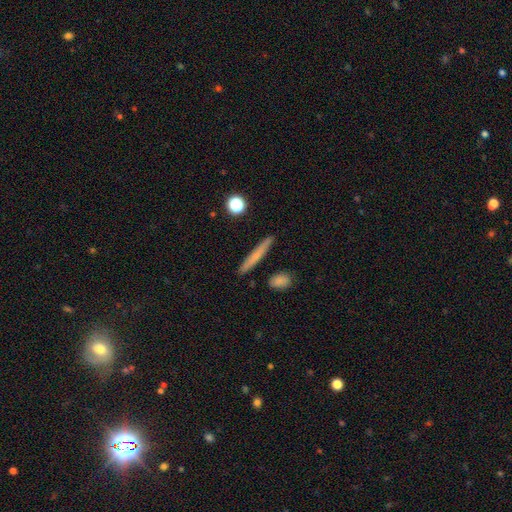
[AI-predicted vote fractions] Smooth or featured?
  - smooth: 67% *
  - featured or disk: 26%
  - star or artifact: 7%
How rounded?
  - cigar-shaped: 93% *
  - in between: 4%
  - round: 3%
Merging?
  - none: 89% *
  - minor disturbance: 7%
  - merger: 2%
  - major disturbance: 2%